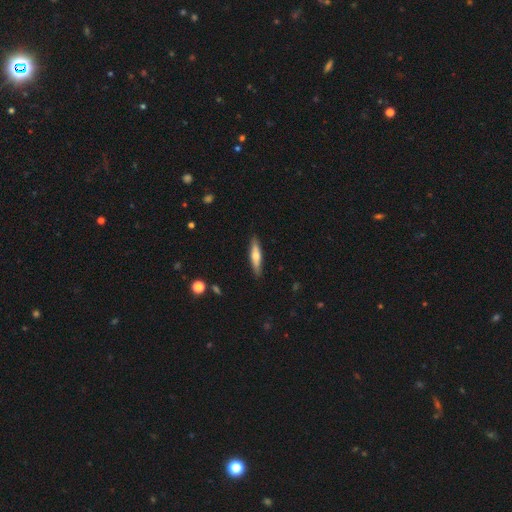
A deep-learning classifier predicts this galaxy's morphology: Smooth or featured: smooth — 52% (featured or disk — 42%)
How rounded: cigar-shaped — 80% (in between — 18%)
Merging: none — 89% (minor disturbance — 8%)